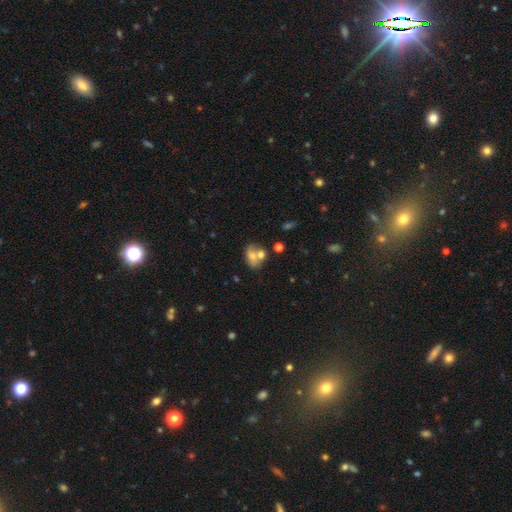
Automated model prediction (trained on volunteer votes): Q: Smooth or featured?
A: smooth (62%); runner-up: featured or disk (27%)
Q: How rounded?
A: in between (72%); runner-up: round (26%)
Q: Merging?
A: merger (47%); runner-up: none (31%)